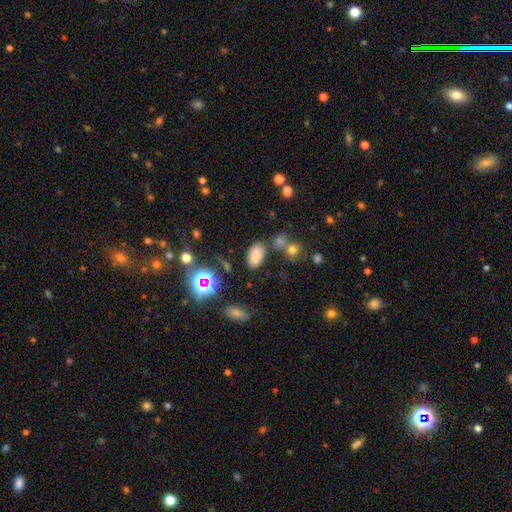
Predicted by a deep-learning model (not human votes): Morphology: type=smooth (75%); roundness=in between (92%); merging=none (73%).